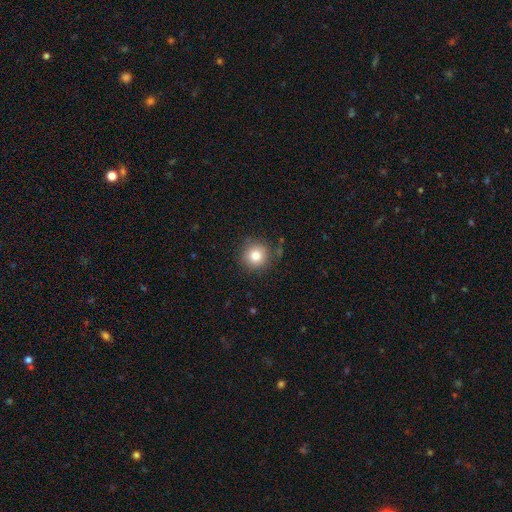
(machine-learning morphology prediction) This appears to be a smooth galaxy with no disk features (82%) that is round (94%). Merging: none (85%).